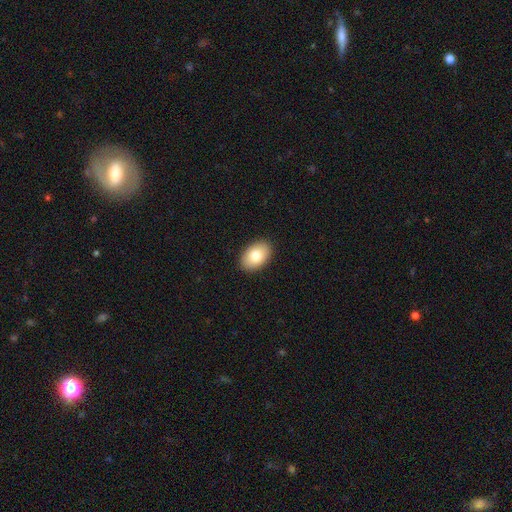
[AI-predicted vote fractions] This appears to be a smooth galaxy with no disk features (80%) that is in between round and cigar-shaped (90%). Merging: none (91%).